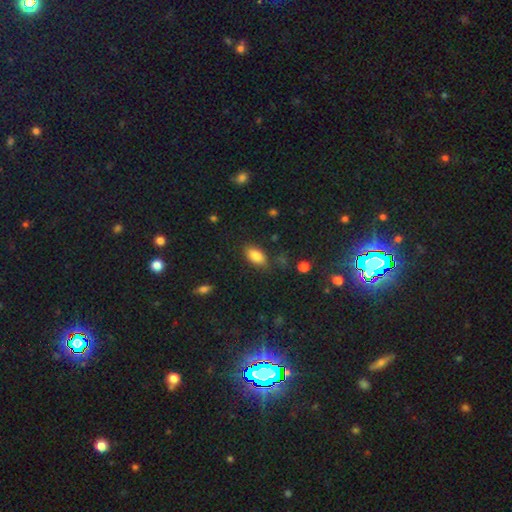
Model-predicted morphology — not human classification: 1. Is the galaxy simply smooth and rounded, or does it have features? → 83% smooth, 9% star or artifact, 8% featured or disk.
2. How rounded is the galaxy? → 91% in between, 5% round, 5% cigar-shaped.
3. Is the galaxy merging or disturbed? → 77% none, 16% minor disturbance, 4% major disturbance, 2% merger.